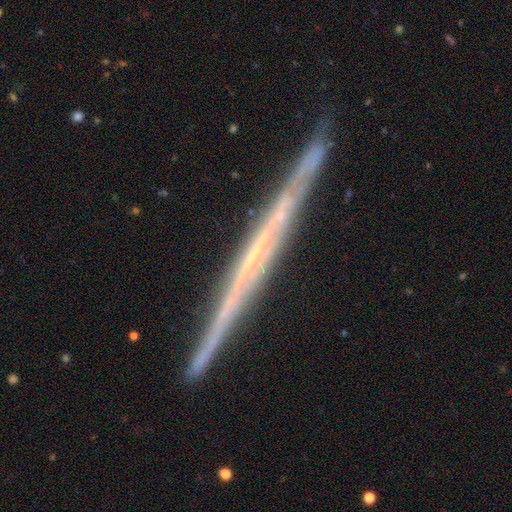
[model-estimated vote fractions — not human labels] A featured or disk galaxy (78%) viewed edge-on (98%) with no central bulge (84%). Merging: none (89%).